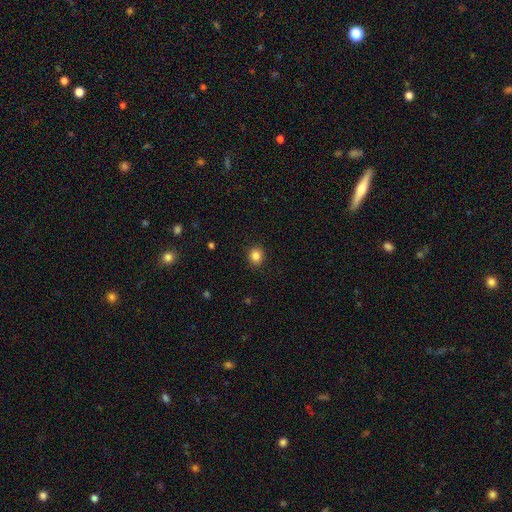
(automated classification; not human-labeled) The model was most divided on "how rounded": round: 83%, in between: 16%, cigar-shaped: 1%. More confident: merging — none (91%); smooth or featured — smooth (85%).